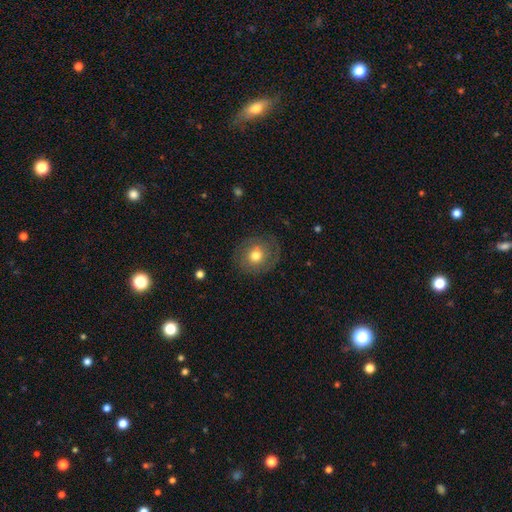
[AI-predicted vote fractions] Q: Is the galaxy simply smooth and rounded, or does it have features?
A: smooth — 56%.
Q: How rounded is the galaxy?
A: round — 80%.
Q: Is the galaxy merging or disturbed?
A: none — 77%.